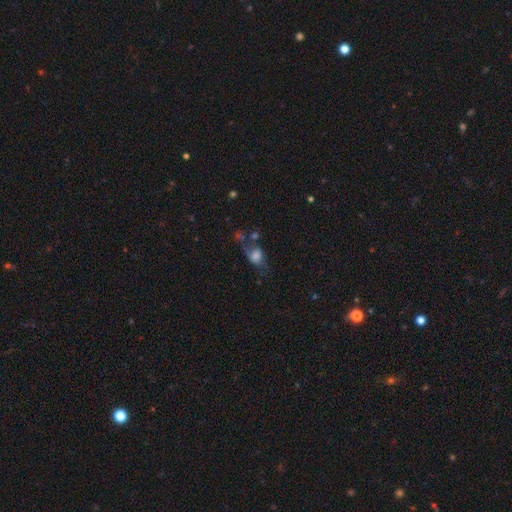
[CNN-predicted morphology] A smooth galaxy with no disk features (58%) that is in between round and cigar-shaped (65%).

Vote fractions:
- Smooth or featured? smooth: 58% / featured or disk: 30% / star or artifact: 12%
- How rounded? in between: 65% / round: 32% / cigar-shaped: 3%
- Merging? none: 32% / major disturbance: 30% / minor disturbance: 23% / merger: 15%